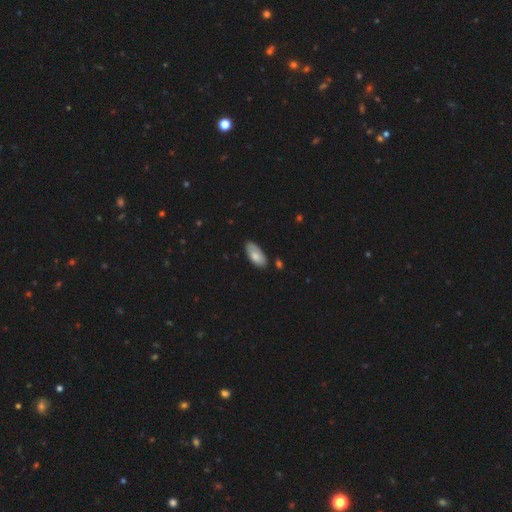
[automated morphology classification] smooth-or-featured: smooth: 77% | featured or disk: 17% | star or artifact: 6%
  how-rounded: in between: 90% | cigar-shaped: 8% | round: 2%
  merging: none: 73% | minor disturbance: 21% | major disturbance: 3% | merger: 3%